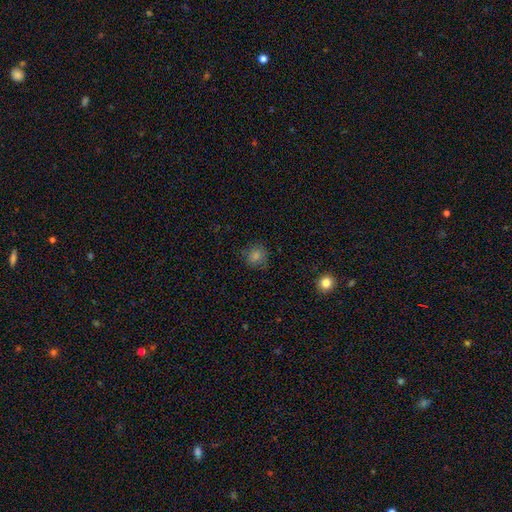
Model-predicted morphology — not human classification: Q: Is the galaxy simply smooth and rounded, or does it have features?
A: smooth — 75%.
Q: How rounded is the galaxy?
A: round — 87%.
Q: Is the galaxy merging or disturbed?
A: none — 80%.